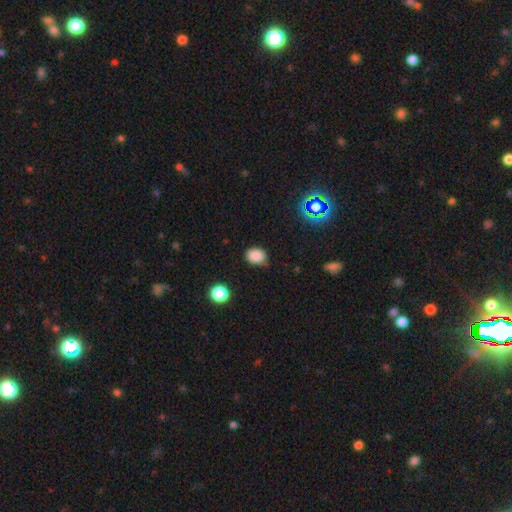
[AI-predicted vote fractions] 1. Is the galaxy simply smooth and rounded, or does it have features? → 84% smooth, 13% star or artifact, 4% featured or disk.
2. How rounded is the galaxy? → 54% in between, 45% round, 1% cigar-shaped.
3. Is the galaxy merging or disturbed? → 75% none, 19% minor disturbance, 4% major disturbance, 2% merger.